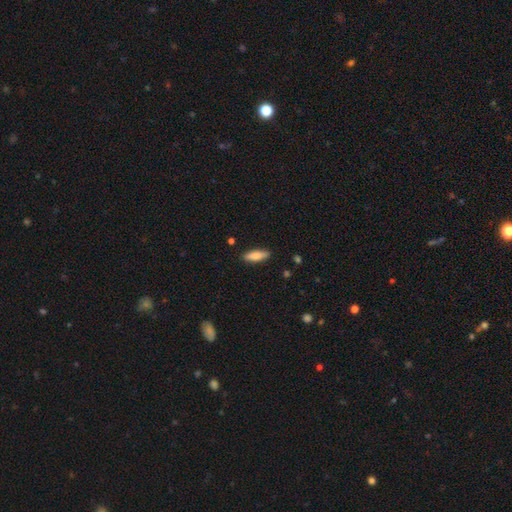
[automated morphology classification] type=smooth (79%); roundness=in between (53%); merging=none (89%).